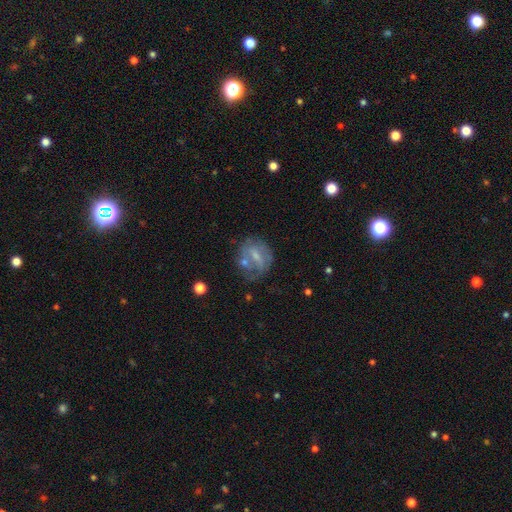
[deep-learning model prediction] This appears to be a featured or disk galaxy (55%) with a weak bar (45%), no spiral arms (57%) and a small central bulge (51%). Merging: none (48%).